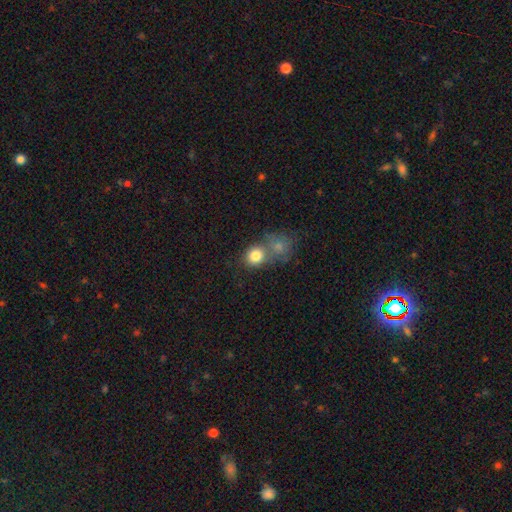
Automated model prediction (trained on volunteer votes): smooth-or-featured: smooth: 81% | star or artifact: 10% | featured or disk: 9%
  how-rounded: round: 73% | in between: 26% | cigar-shaped: 1%
  merging: none: 45% | merger: 39% | minor disturbance: 11% | major disturbance: 5%